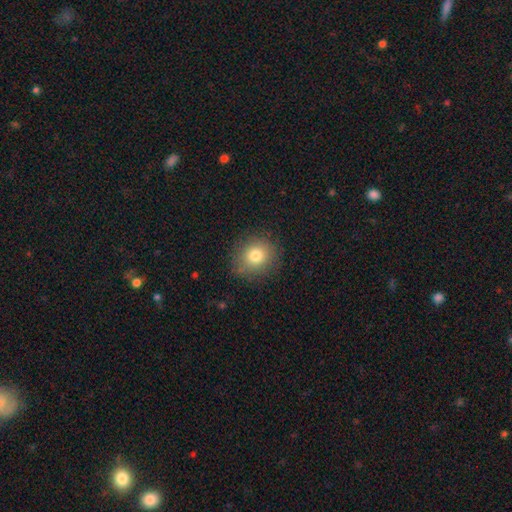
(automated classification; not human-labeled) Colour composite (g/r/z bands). It shows a smooth galaxy with no disk features (78%) that is round (85%). Merging: none (86%).